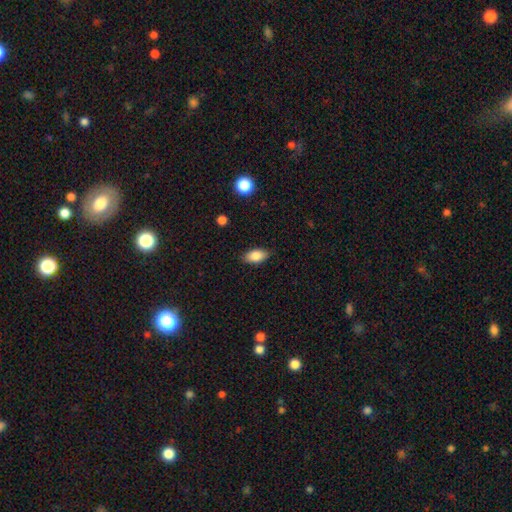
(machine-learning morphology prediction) This is clearly a smooth galaxy (84%). How rounded: clearly in between (90%). Merging: clearly none (86%).